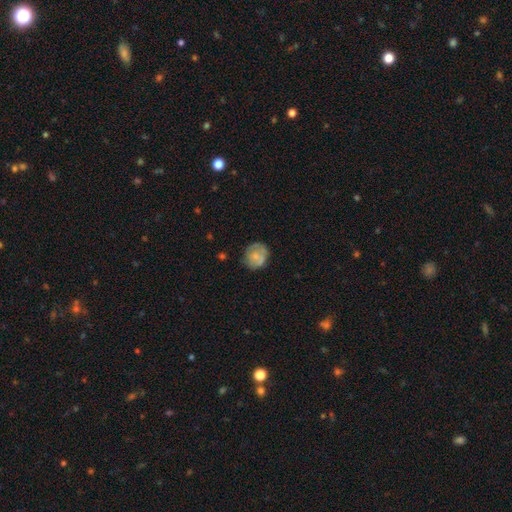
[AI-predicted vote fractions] Overall: smooth (59%; featured or disk 32%). How rounded: round (76%). Merging: none (63%; minor disturbance 24%).